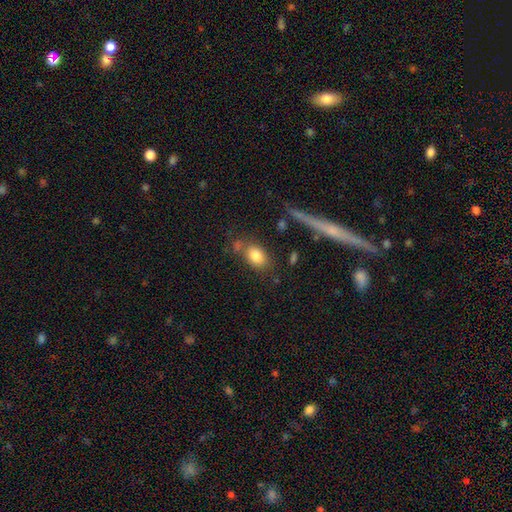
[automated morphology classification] This is clearly a smooth galaxy (82%). How rounded: likely in between (75%). Merging: likely none (70%).